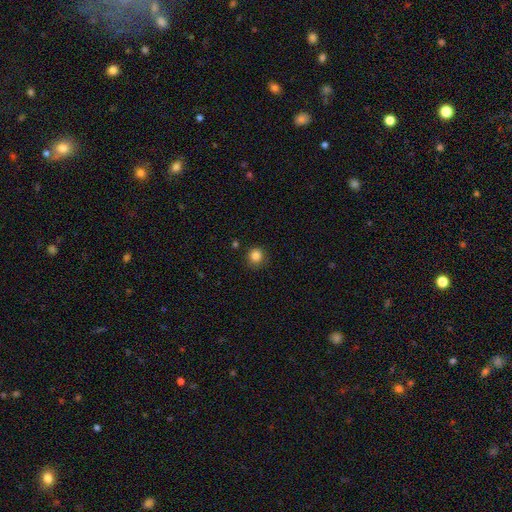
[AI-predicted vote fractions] Smooth or featured? smooth (84%)
How rounded? round (91%)
Merging? none (83%)